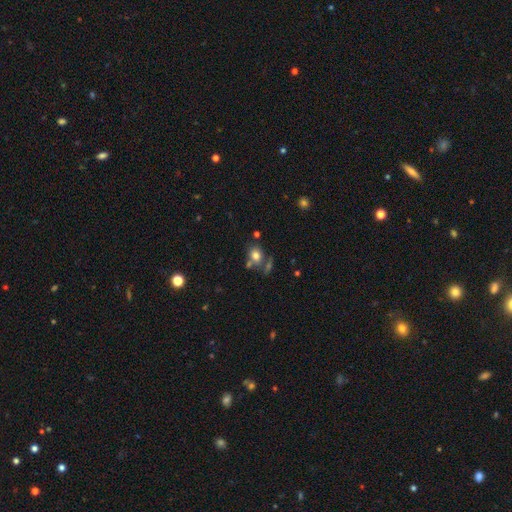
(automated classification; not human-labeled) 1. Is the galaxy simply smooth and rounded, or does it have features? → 76% smooth, 12% star or artifact, 12% featured or disk.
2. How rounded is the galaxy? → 54% round, 45% in between, 1% cigar-shaped.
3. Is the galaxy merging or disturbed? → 57% none, 22% merger, 15% minor disturbance, 6% major disturbance.